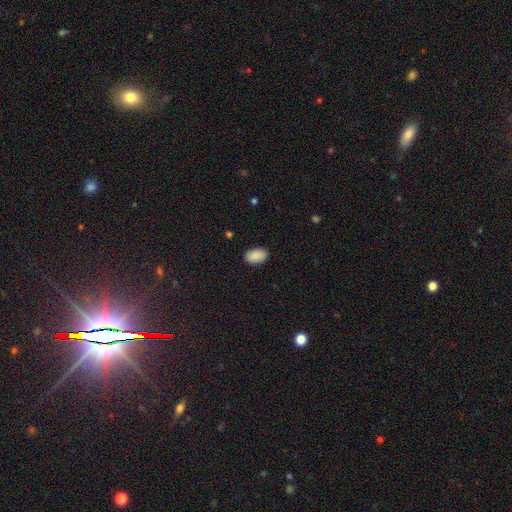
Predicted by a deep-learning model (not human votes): A smooth galaxy with no disk features (90%) that is in between round and cigar-shaped (91%).

Vote fractions:
- Smooth or featured? smooth: 90% / star or artifact: 7% / featured or disk: 3%
- How rounded? in between: 91% / round: 8% / cigar-shaped: 1%
- Merging? none: 88% / minor disturbance: 9% / major disturbance: 2% / merger: 1%